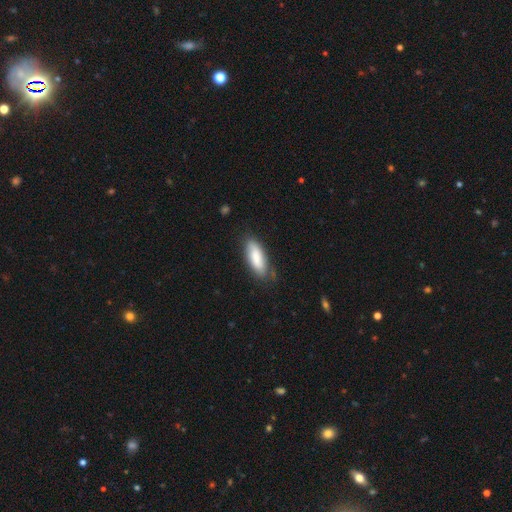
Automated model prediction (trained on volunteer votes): Overall: smooth (79%). How rounded: in between (72%). Merging: none (71%).